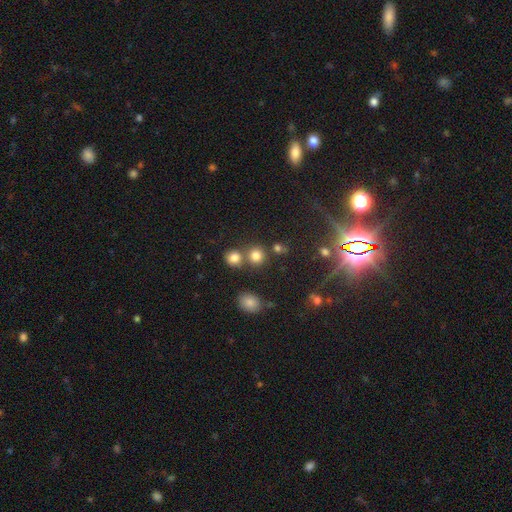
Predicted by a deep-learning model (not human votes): The model was most divided on "merging": none: 66%, merger: 24%, minor disturbance: 7%, major disturbance: 3%. More confident: how rounded — round (88%); smooth or featured — smooth (78%).